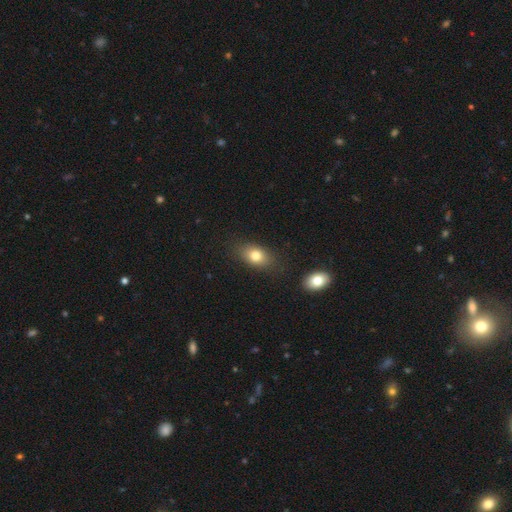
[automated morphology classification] A smooth galaxy with no disk features (78%) that is in between round and cigar-shaped (81%).

Vote fractions:
- Smooth or featured? smooth: 78% / featured or disk: 12% / star or artifact: 10%
- How rounded? in between: 81% / round: 16% / cigar-shaped: 3%
- Merging? none: 80% / minor disturbance: 13% / major disturbance: 4% / merger: 3%